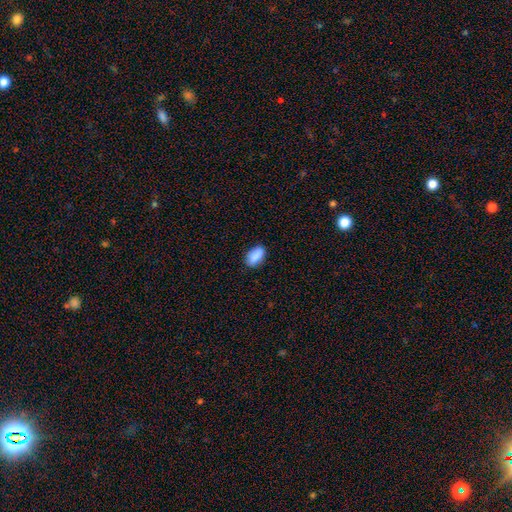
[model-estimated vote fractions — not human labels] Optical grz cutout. It shows a smooth galaxy with no disk features (88%) that is in between round and cigar-shaped (91%). Merging: none (83%).